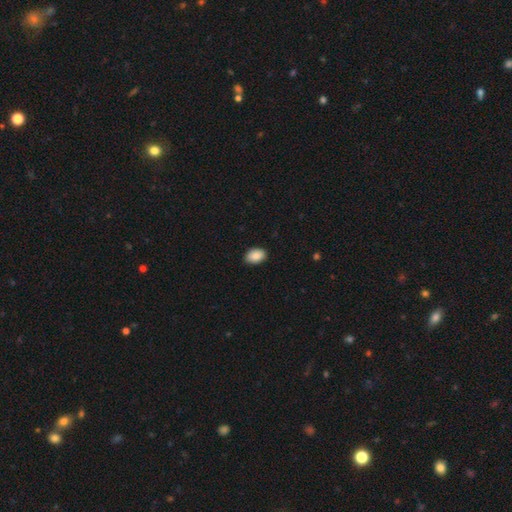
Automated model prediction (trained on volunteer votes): smooth 89%, star or artifact 7%, featured or disk 4%. Down the decision tree: how rounded — in between (87%); merging — none (88%).